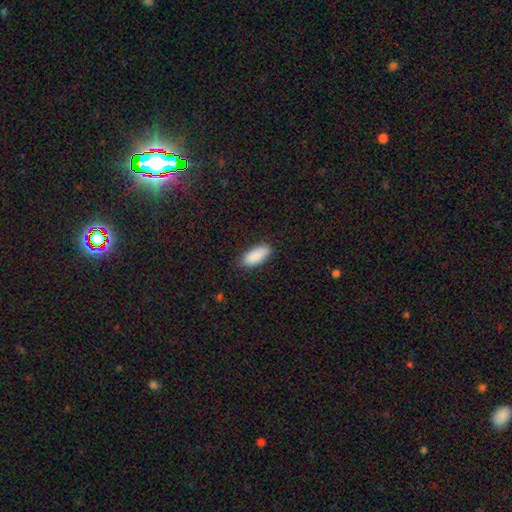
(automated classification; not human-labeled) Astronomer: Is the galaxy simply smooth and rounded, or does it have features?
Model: smooth — 91%.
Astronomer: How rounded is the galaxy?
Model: in between — 84%.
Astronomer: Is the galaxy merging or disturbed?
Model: none — 88%.